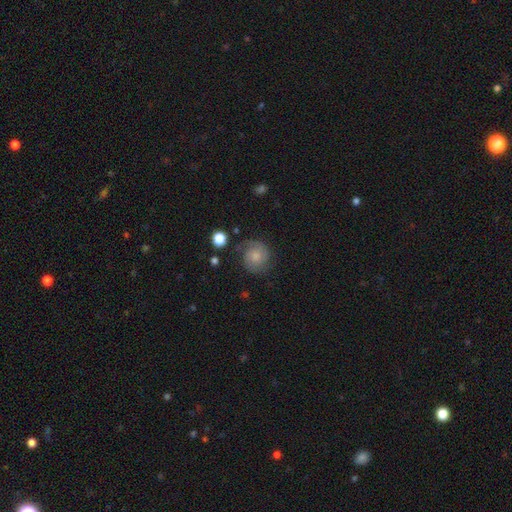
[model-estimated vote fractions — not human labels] Smooth or featured: featured or disk — 49% (smooth — 42%)
Merging: none — 70% (minor disturbance — 19%)